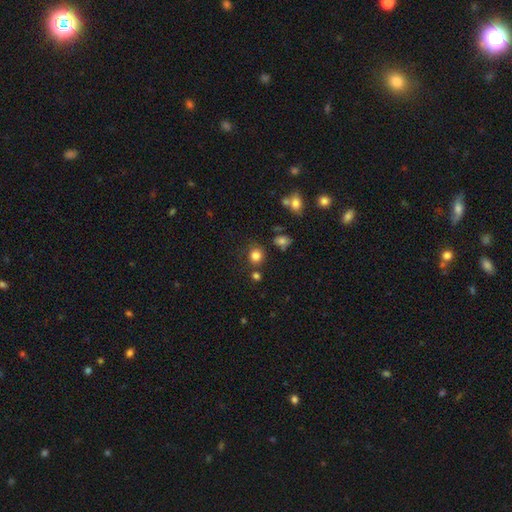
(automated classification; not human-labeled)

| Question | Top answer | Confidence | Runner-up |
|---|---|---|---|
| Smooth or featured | smooth | 81% | star or artifact (13%) |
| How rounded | round | 82% | in between (17%) |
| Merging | none | 77% | minor disturbance (12%) |